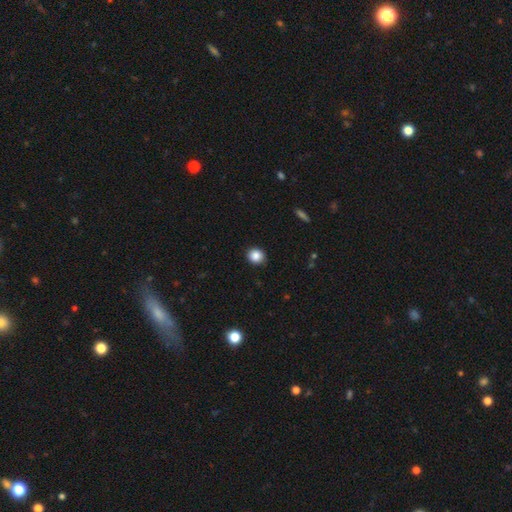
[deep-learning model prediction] smooth_or_featured: smooth (p=0.87) [alt: star or artifact p=0.10]
how_rounded: round (p=0.82) [alt: in between p=0.17]
merging: none (p=0.90) [alt: minor disturbance p=0.07]